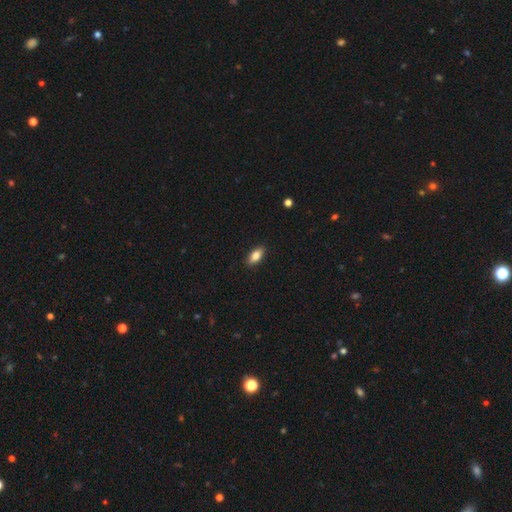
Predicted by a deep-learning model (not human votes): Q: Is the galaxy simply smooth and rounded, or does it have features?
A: smooth — 84%.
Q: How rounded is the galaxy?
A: in between — 87%.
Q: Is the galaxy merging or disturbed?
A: none — 89%.